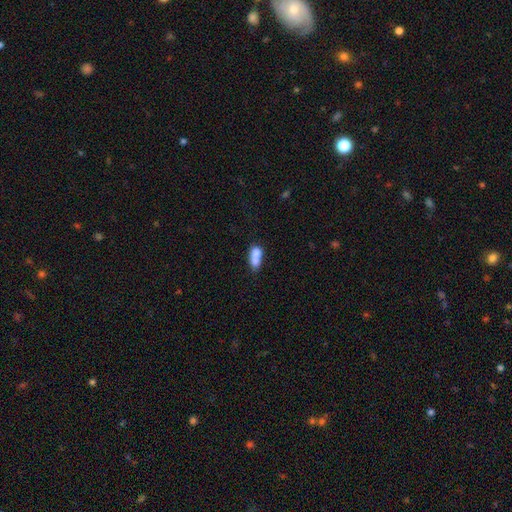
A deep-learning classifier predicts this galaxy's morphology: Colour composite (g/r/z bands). It shows a smooth galaxy with no disk features (72%) that is in between round and cigar-shaped (72%). Merging: merger (58%).